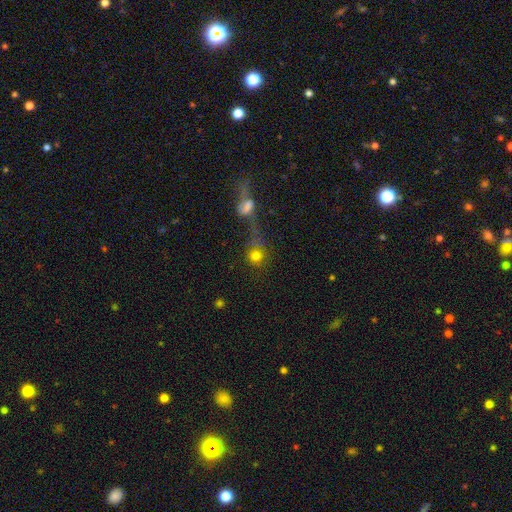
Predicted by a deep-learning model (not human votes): smooth_or_featured: smooth (p=0.74) [alt: star or artifact p=0.14]
how_rounded: round (p=0.83) [alt: in between p=0.14]
merging: merger (p=0.38) [tied with: none p=0.38]